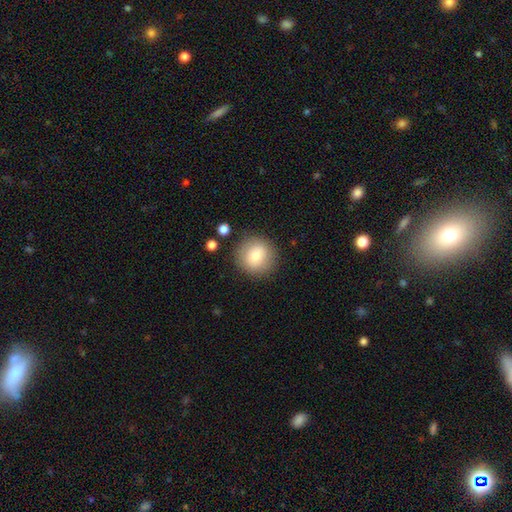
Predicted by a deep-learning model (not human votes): Smooth or featured? Predicted: smooth (p=0.80). How rounded? Predicted: round (p=0.93). Merging? Predicted: none (p=0.86).